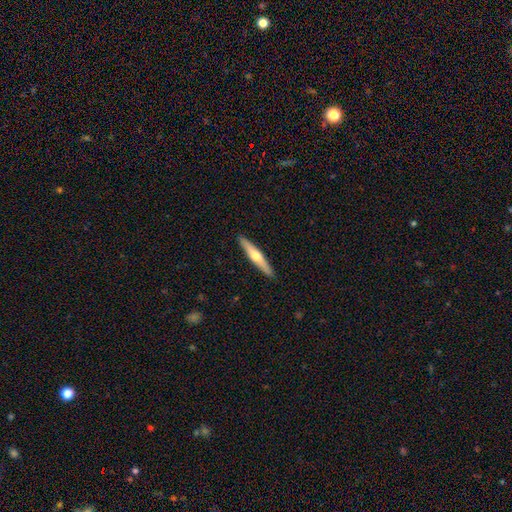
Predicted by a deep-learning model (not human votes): Smooth or featured: featured or disk — 54% (smooth — 41%)
Edge-on disk: yes — 96% (no — 4%)
Edge-on bulge: rounded — 90% (none — 7%)
Merging: none — 92% (minor disturbance — 6%)